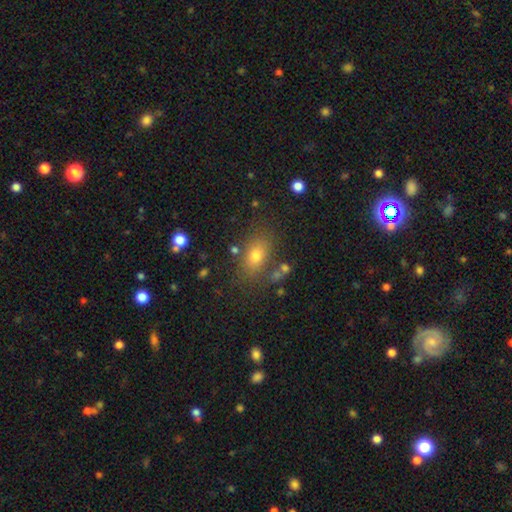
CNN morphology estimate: Smooth or featured: smooth — 73% (star or artifact — 14%)
How rounded: in between — 78% (round — 19%)
Merging: none — 75% (minor disturbance — 13%)